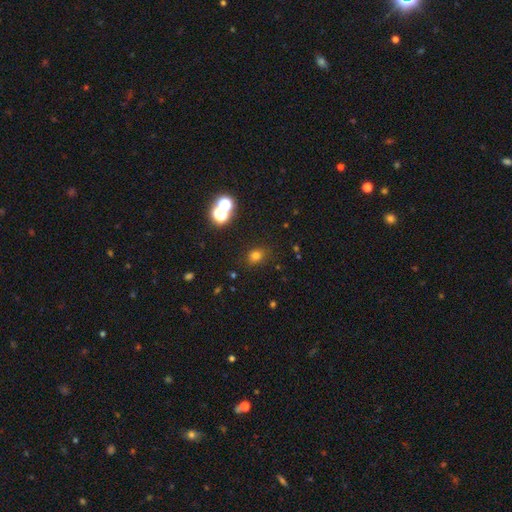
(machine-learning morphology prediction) This appears to be a smooth galaxy with no disk features (72%) that is round (60%). Merging: none (81%).